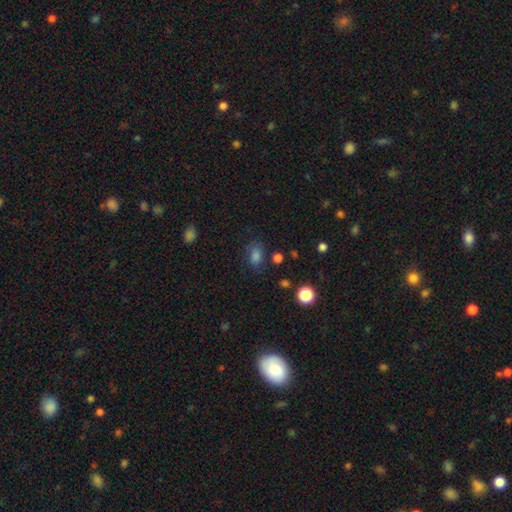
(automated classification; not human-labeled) smooth_or_featured: smooth (p=0.75) [alt: star or artifact p=0.18]
how_rounded: in between (p=0.78) [alt: round p=0.19]
merging: none (p=0.72) [alt: minor disturbance p=0.18]